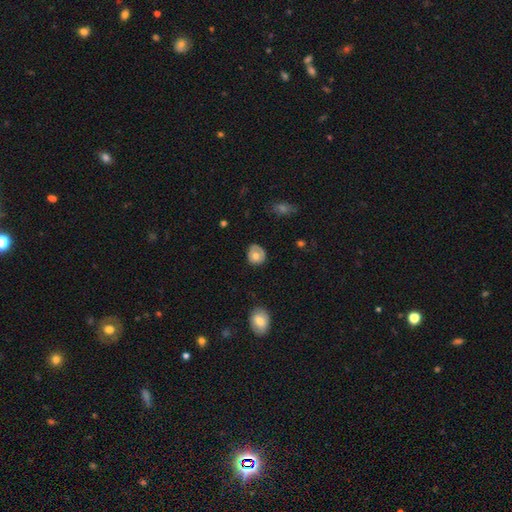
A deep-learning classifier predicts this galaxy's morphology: smooth 64%, featured or disk 28%, star or artifact 8%. Down the decision tree: how rounded — round (79%); merging — none (73%).